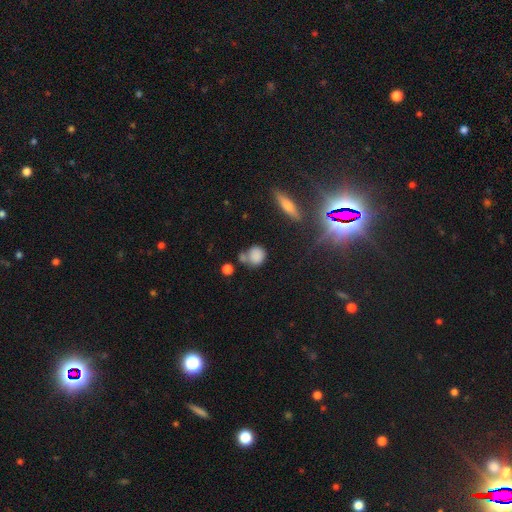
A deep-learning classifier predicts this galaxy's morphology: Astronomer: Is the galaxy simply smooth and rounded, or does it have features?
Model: smooth — 80%.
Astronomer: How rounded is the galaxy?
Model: round — 76%.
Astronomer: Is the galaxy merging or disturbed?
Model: none — 52%.